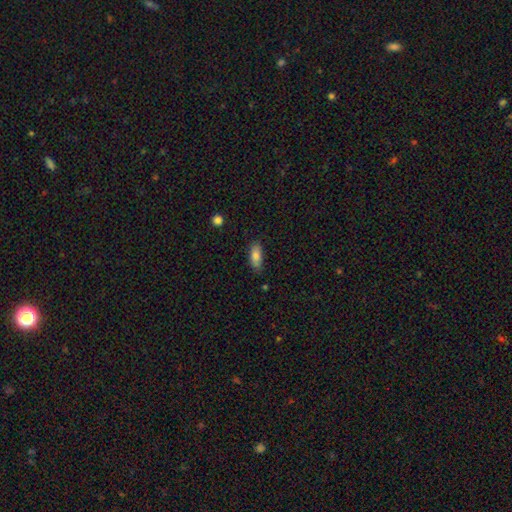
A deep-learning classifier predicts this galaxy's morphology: smooth_or_featured: smooth (p=0.81) [alt: featured or disk p=0.12]
how_rounded: in between (p=0.79) [alt: cigar-shaped p=0.18]
merging: none (p=0.81) [alt: minor disturbance p=0.15]